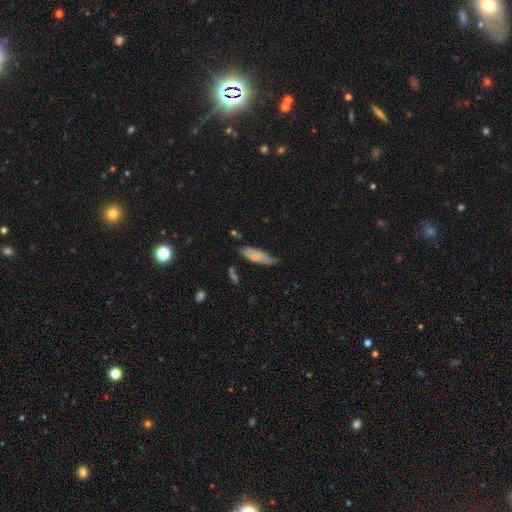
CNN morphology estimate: type=smooth (74%); roundness=in between (57%); merging=none (45%).